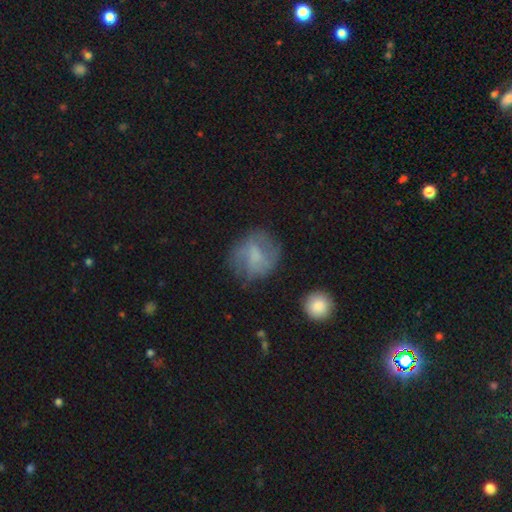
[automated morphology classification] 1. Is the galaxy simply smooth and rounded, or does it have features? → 46% smooth, 45% featured or disk, 9% star or artifact.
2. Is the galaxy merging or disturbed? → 66% none, 21% minor disturbance, 11% major disturbance, 2% merger.